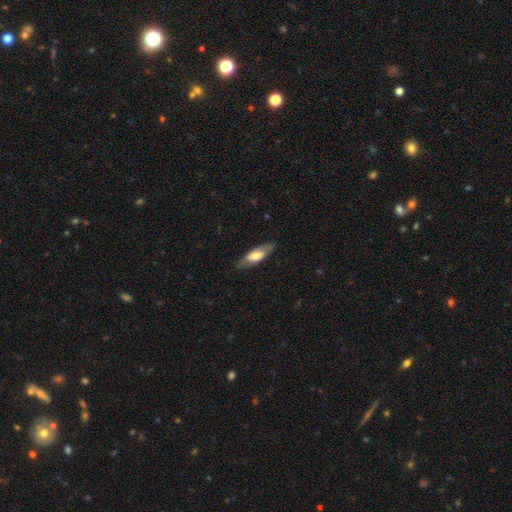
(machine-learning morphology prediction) smooth-or-featured: smooth: 52% | featured or disk: 42% | star or artifact: 6%
  how-rounded: in between: 57% | cigar-shaped: 40% | round: 2%
  merging: none: 82% | minor disturbance: 14% | major disturbance: 3% | merger: 1%